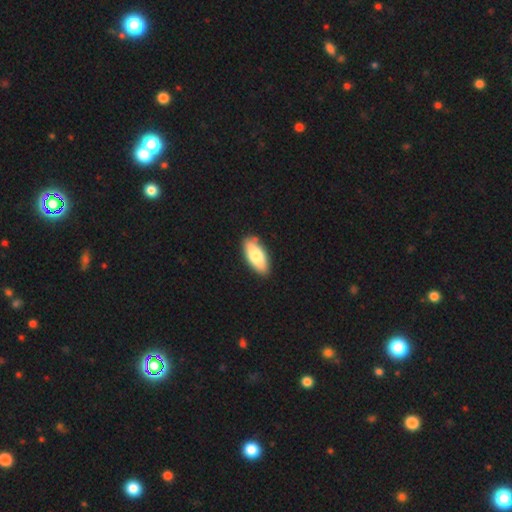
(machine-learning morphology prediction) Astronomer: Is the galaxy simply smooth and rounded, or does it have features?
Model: smooth — 76%.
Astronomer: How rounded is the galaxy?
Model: in between — 82%.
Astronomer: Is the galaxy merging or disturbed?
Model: none — 87%.